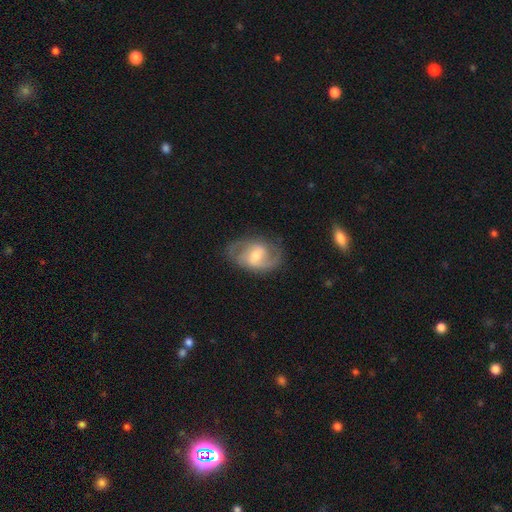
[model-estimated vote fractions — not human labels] A featured or disk galaxy (76%) with a weak bar (56%), 2 (77%) medium (52%) spiral arms (91%) and a moderate central bulge (56%).

Vote fractions:
- Smooth or featured? featured or disk: 76% / smooth: 19% / star or artifact: 6%
- Edge-on disk? no: 97% / yes: 3%
- Bar? weak: 56% / no: 26% / strong: 18%
- Spiral arms? yes: 91% / no: 9%
- Spiral winding? medium: 52% / loose: 25% / tight: 24%
- Spiral arm count? 2: 77% / can't tell: 11% / 3: 5% / 1: 5% / 4: 1% / more than 4: 1%
- Bulge size? moderate: 56% / small: 33% / large: 7% / none: 3% / dominant: 1%
- Merging? none: 71% / minor disturbance: 19% / major disturbance: 9% / merger: 1%